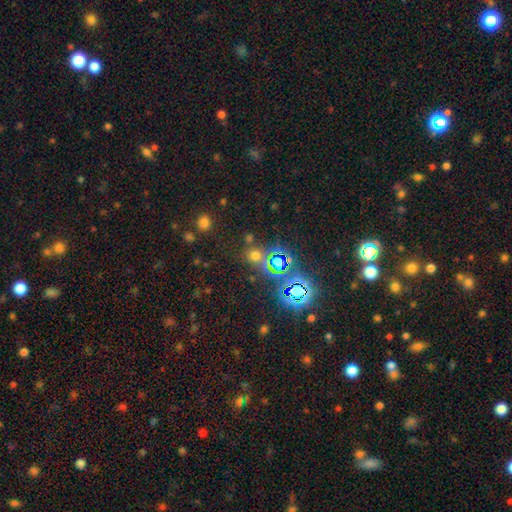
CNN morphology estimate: Q: Smooth or featured?
A: smooth (50%); runner-up: star or artifact (43%)
Q: How rounded?
A: round (86%); runner-up: in between (13%)
Q: Merging?
A: none (74%); runner-up: merger (12%)